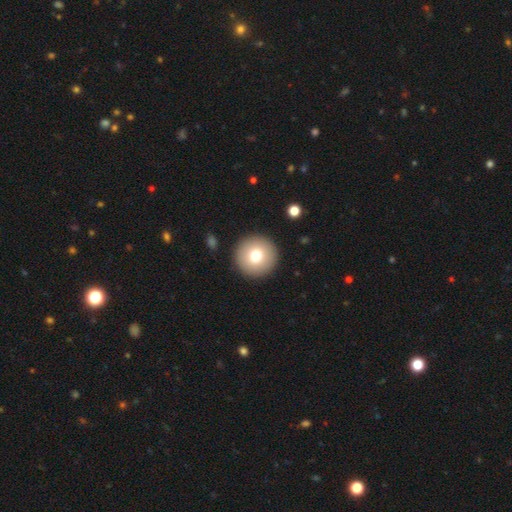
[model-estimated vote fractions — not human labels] A smooth galaxy with no disk features (75%) that is round (96%). Merging: none (93%).